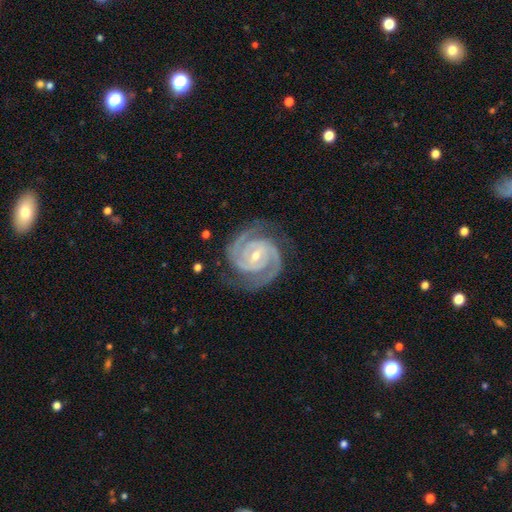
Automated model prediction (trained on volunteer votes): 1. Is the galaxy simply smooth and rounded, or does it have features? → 93% featured or disk, 4% star or artifact, 2% smooth.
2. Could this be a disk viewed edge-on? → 98% no, 2% yes.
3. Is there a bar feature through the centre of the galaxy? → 41% no, 37% weak, 21% strong.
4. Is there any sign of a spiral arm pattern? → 99% yes, 1% no.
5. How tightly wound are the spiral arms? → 69% tight, 28% medium, 3% loose.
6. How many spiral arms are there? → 85% 2, 8% 3, 2% can't tell, 2% 4, 2% 1, 2% more than 4.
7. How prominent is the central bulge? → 63% small, 34% moderate, 1% none, 1% large, 1% dominant.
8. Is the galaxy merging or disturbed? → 81% none, 13% minor disturbance, 4% major disturbance, 1% merger.